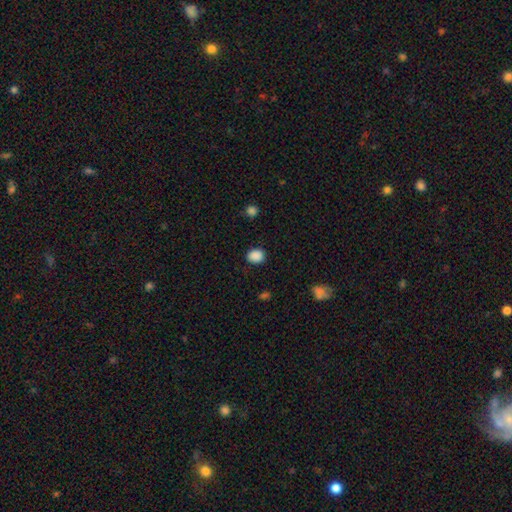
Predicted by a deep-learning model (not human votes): This appears to be a smooth galaxy with no disk features (88%) that is round (51%). Merging: none (85%).